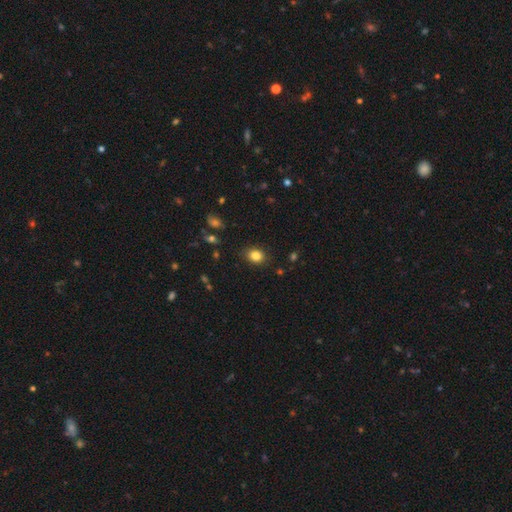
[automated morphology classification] type=smooth (83%); roundness=in between (51%); merging=none (85%).